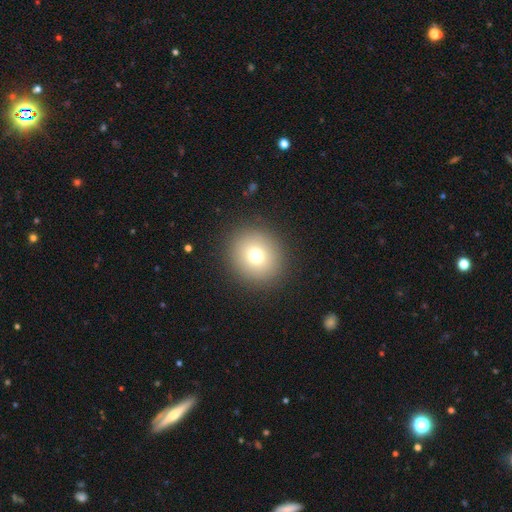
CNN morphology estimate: Smooth or featured? Predicted: smooth (p=0.75). How rounded? Predicted: round (p=0.89). Merging? Predicted: none (p=0.91).